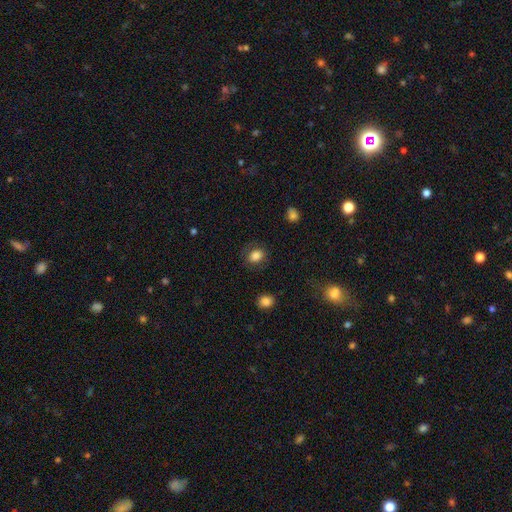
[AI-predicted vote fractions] A smooth galaxy with no disk features (83%) that is in between round and cigar-shaped (51%). Merging: none (80%).